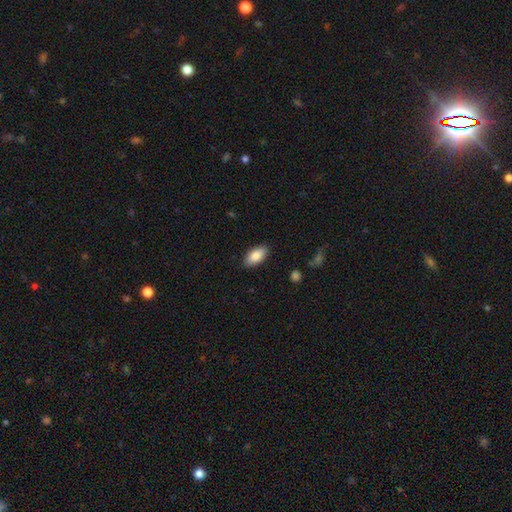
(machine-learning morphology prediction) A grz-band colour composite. It shows a smooth galaxy with no disk features (85%) that is in between round and cigar-shaped (92%). Merging: none (88%).